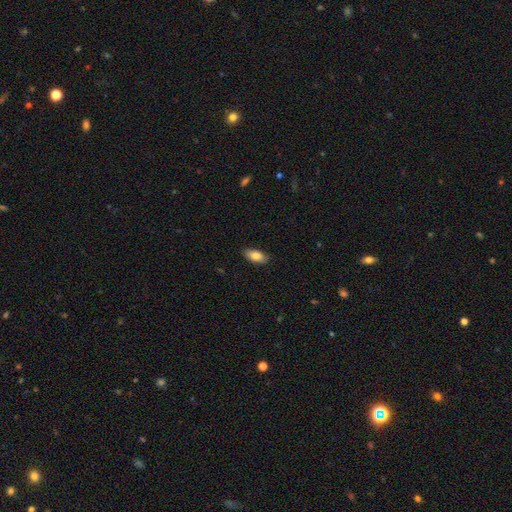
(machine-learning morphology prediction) Smooth or featured? Predicted: smooth (p=0.82). How rounded? Predicted: in between (p=0.89). Merging? Predicted: none (p=0.87).